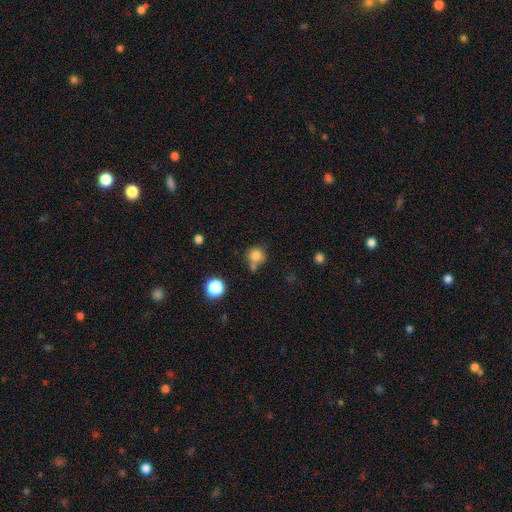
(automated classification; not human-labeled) Morphology: type=smooth (79%); roundness=round (88%); merging=none (56%).